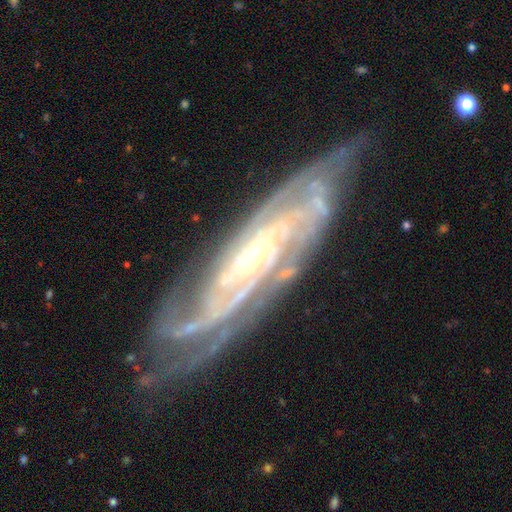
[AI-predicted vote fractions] A featured or disk galaxy (90%) with no bar (57%), tight (73%) spiral arms (98%) and a small central bulge (79%).

Vote fractions:
- Smooth or featured? featured or disk: 90% / star or artifact: 6% / smooth: 4%
- Edge-on disk? no: 87% / yes: 13%
- Bar? no: 57% / weak: 27% / strong: 16%
- Spiral arms? yes: 98% / no: 2%
- Spiral winding? tight: 73% / medium: 24% / loose: 4%
- Spiral arm count? can't tell: 24% / 4: 21% / 3: 19% / 2: 17% / more than 4: 12% / 1: 7%
- Bulge size? small: 79% / moderate: 17% / none: 2% / large: 1% / dominant: 1%
- Merging? none: 75% / minor disturbance: 18% / major disturbance: 6% / merger: 2%